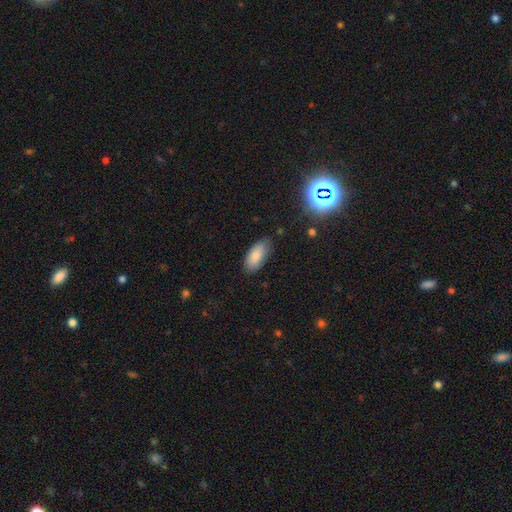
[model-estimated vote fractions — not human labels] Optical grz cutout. It shows a smooth galaxy with no disk features (83%) that is in between round and cigar-shaped (90%). Merging: none (80%).